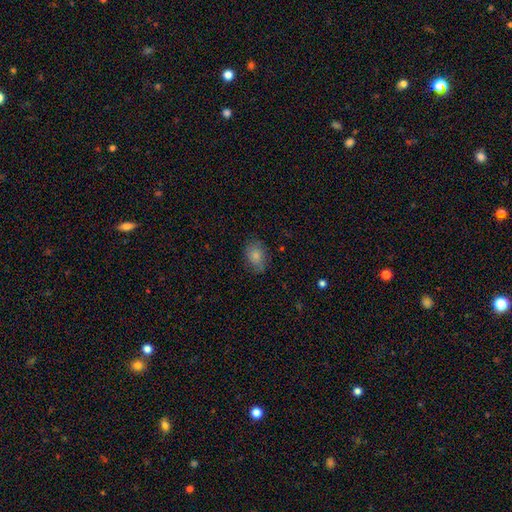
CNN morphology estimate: Smooth or featured? Predicted: smooth (p=0.82). How rounded? Predicted: in between (p=0.72). Merging? Predicted: none (p=0.77).